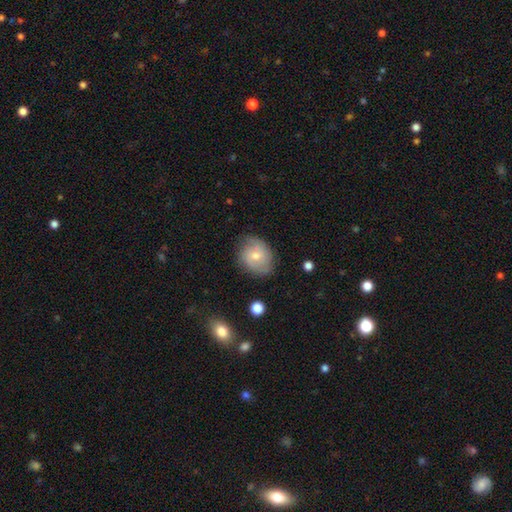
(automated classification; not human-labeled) smooth-or-featured: smooth: 53% | featured or disk: 39% | star or artifact: 8%
  how-rounded: round: 54% | in between: 45% | cigar-shaped: 1%
  merging: none: 71% | minor disturbance: 22% | major disturbance: 6% | merger: 2%